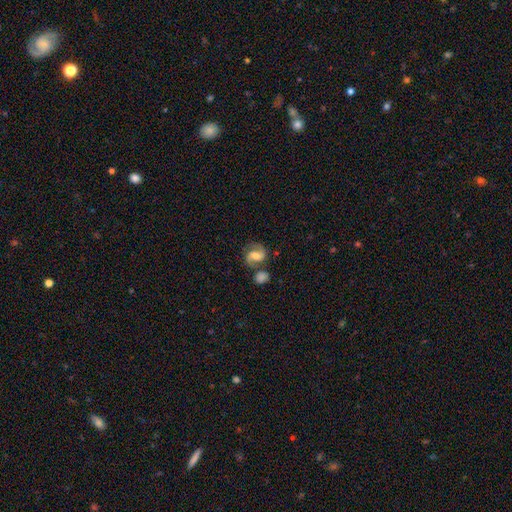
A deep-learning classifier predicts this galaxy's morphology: Smooth or featured? Predicted: featured or disk (p=0.82). Edge-on disk? Predicted: no (p=0.98). Bar? Predicted: weak (p=0.47). Spiral arms? Predicted: yes (p=0.96). Spiral winding? Predicted: medium (p=0.57). Spiral arm count? Predicted: 2 (p=0.92). Bulge size? Predicted: moderate (p=0.53). Merging? Predicted: none (p=0.63).